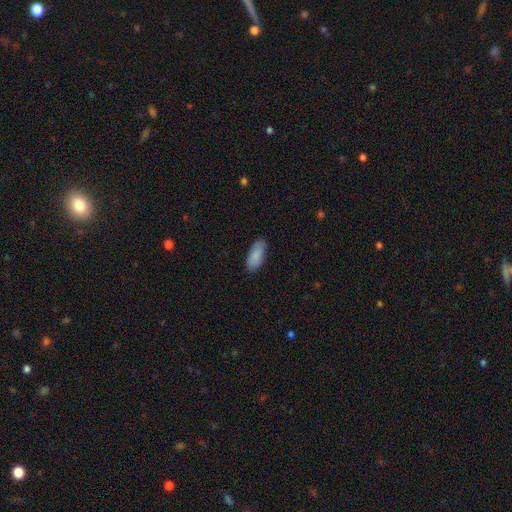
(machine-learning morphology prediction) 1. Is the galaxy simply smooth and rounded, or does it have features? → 88% smooth, 7% featured or disk, 6% star or artifact.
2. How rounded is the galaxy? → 84% in between, 14% cigar-shaped, 2% round.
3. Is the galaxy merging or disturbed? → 83% none, 14% minor disturbance, 2% major disturbance, 1% merger.